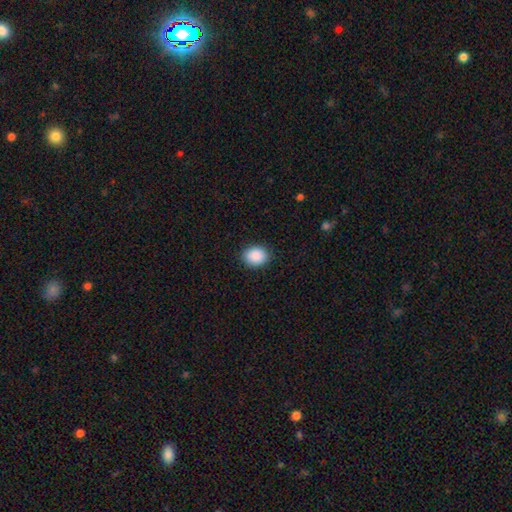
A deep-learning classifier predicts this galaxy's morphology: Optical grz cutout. It shows a smooth galaxy with no disk features (90%) that is in between round and cigar-shaped (53%). Merging: none (89%).